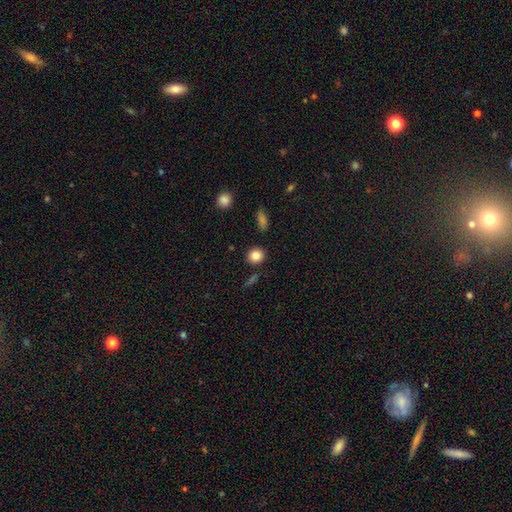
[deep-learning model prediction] smooth 84%, star or artifact 10%, featured or disk 6%. Down the decision tree: how rounded — round (84%); merging — none (87%).